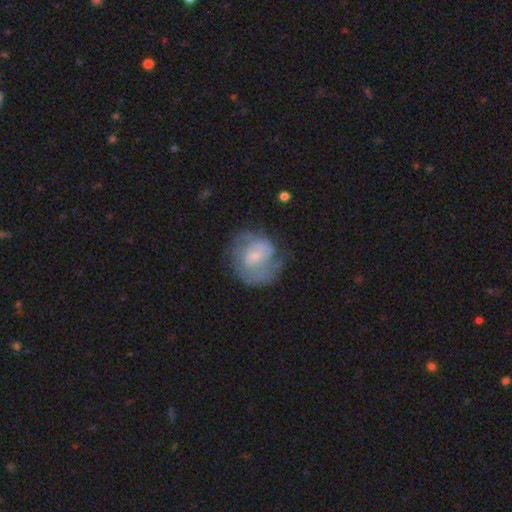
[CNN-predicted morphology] This appears to be a featured or disk galaxy (67%) with a weak bar (47%), 2 (47%) tight (41%, tied with medium) spiral arms (80%) and a small central bulge (64%). Merging: none (58%).